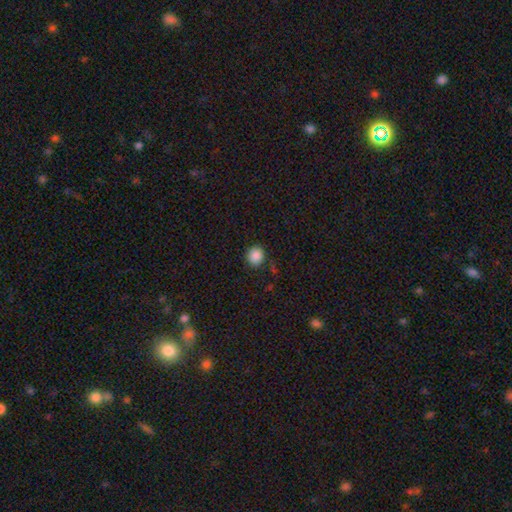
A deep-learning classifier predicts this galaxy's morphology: This appears to be a smooth galaxy with no disk features (87%) that is round (79%). Merging: none (85%).